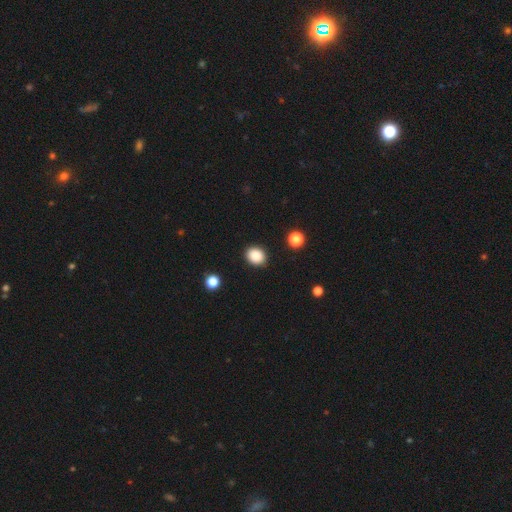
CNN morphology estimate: type=smooth (87%); roundness=round (60%); merging=none (90%).